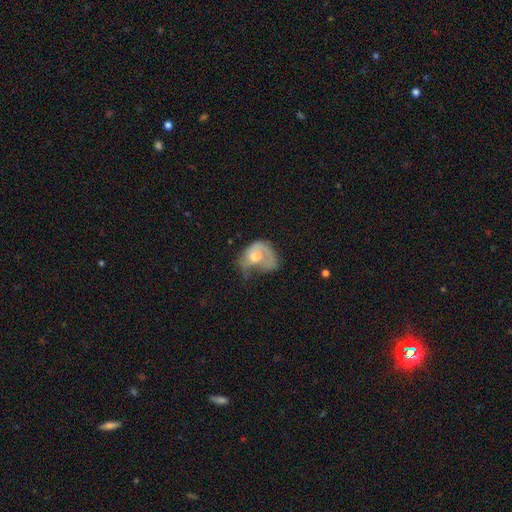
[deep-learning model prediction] This appears to be a featured or disk galaxy (55%) with no bar (76%), spiral arms (66%) and a moderate central bulge (49%). Merging: major disturbance (49%).